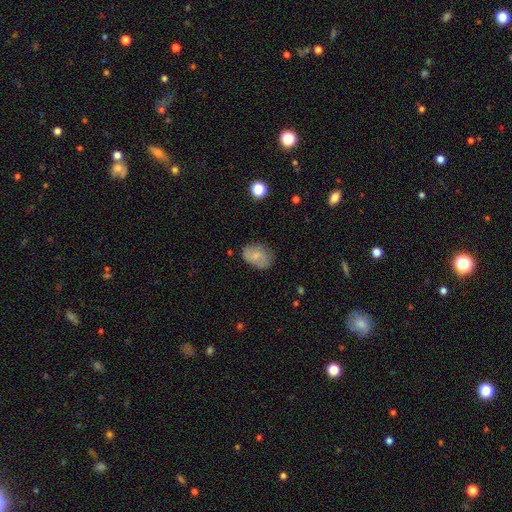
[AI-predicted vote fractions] Smooth or featured? Predicted: smooth (p=0.67). How rounded? Predicted: in between (p=0.77). Merging? Predicted: none (p=0.69).